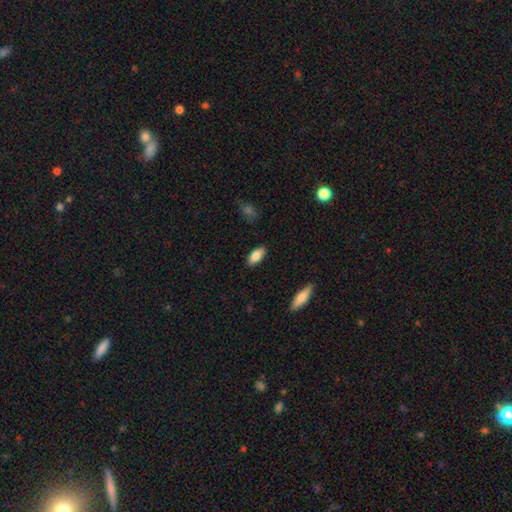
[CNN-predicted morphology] type=smooth (85%); roundness=in between (87%); merging=none (88%).